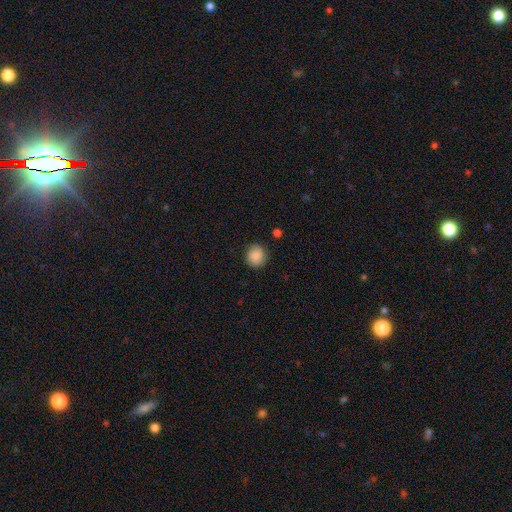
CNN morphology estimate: A smooth galaxy with no disk features (88%) that is round (87%). Merging: none (87%).